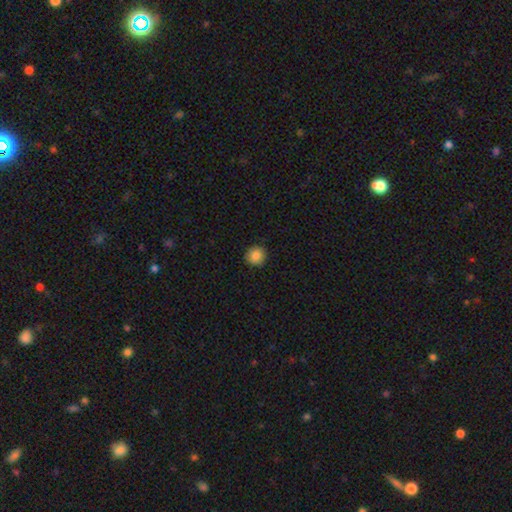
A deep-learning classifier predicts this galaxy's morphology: Smooth or featured?
  - smooth: 86% *
  - star or artifact: 9%
  - featured or disk: 5%
How rounded?
  - round: 93% *
  - in between: 6%
  - cigar-shaped: 1%
Merging?
  - none: 90% *
  - minor disturbance: 7%
  - major disturbance: 2%
  - merger: 1%